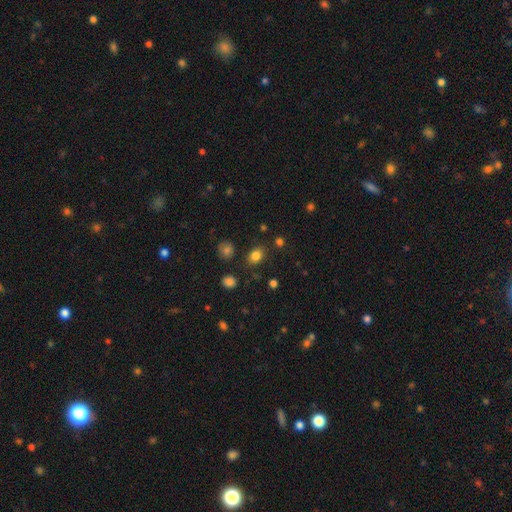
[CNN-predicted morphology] Smooth or featured? Predicted: smooth (p=0.82). How rounded? Predicted: in between (p=0.63). Merging? Predicted: none (p=0.82).